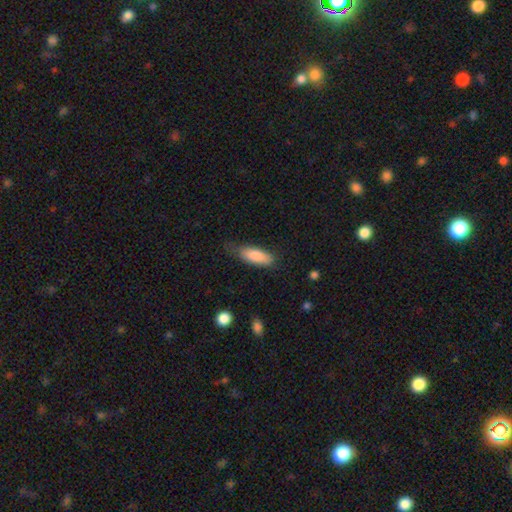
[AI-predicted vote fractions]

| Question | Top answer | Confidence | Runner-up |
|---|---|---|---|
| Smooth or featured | smooth | 84% | featured or disk (10%) |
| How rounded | in between | 63% | cigar-shaped (35%) |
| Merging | none | 62% | minor disturbance (28%) |